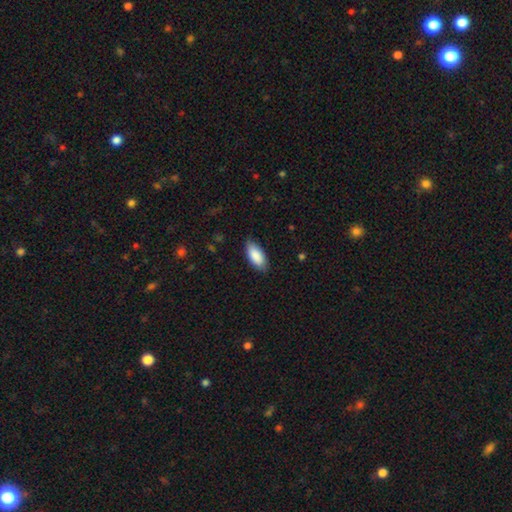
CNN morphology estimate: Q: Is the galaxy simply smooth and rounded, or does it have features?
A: smooth — 88%.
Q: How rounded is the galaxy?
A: in between — 89%.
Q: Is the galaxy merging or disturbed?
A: none — 83%.